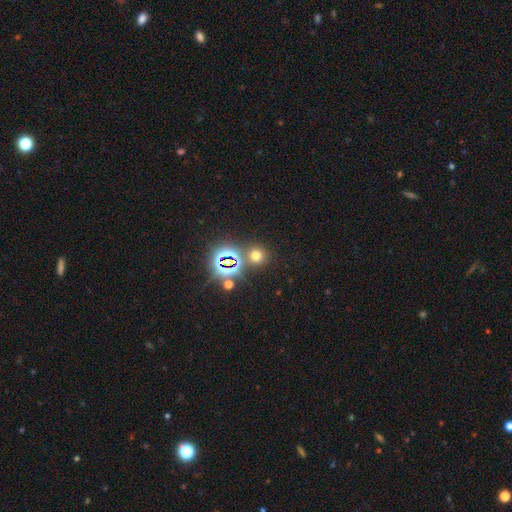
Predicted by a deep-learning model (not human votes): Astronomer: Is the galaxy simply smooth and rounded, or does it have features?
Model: smooth — 56% (runner-up: star or artifact, 37%).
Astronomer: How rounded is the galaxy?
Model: round — 90%.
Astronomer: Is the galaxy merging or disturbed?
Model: none — 80%.